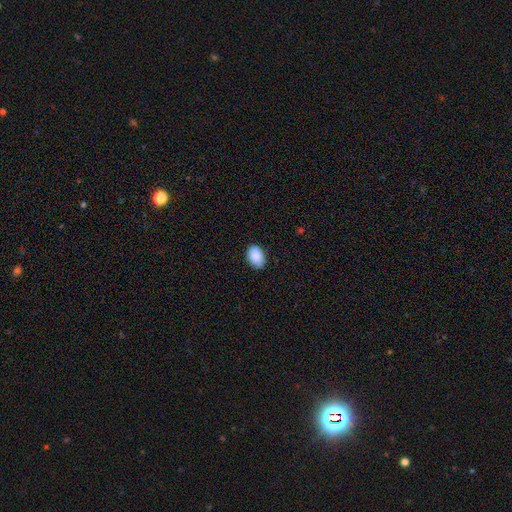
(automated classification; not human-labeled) A smooth galaxy with no disk features (91%) that is in between round and cigar-shaped (85%).

Vote fractions:
- Smooth or featured? smooth: 91% / star or artifact: 7% / featured or disk: 3%
- How rounded? in between: 85% / round: 14% / cigar-shaped: 1%
- Merging? none: 87% / minor disturbance: 10% / major disturbance: 2% / merger: 1%